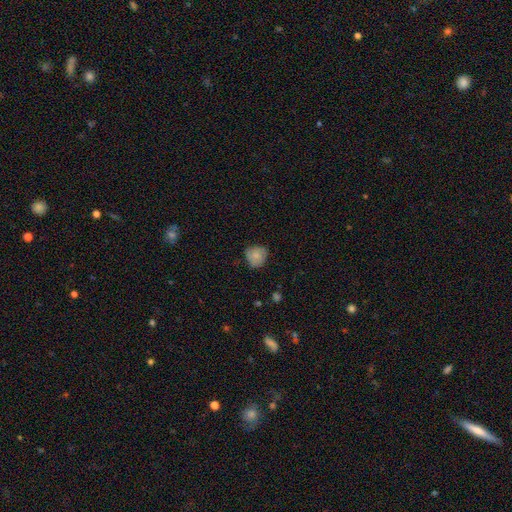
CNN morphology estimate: This is likely a smooth galaxy (78%). How rounded: clearly round (84%). Merging: likely none (69%).